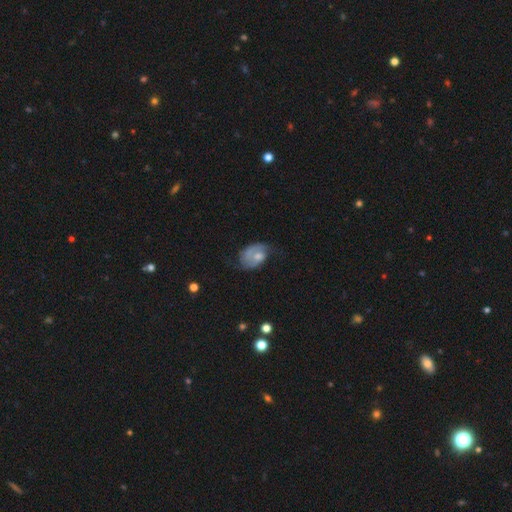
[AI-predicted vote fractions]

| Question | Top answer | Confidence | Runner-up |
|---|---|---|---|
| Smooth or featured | featured or disk | 60% | smooth (33%) |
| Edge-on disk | no | 96% | yes (4%) |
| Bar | no | 69% | weak (27%) |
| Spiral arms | yes | 84% | no (16%) |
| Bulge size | moderate | 51% | small (33%) |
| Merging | none | 46% | minor disturbance (30%) |